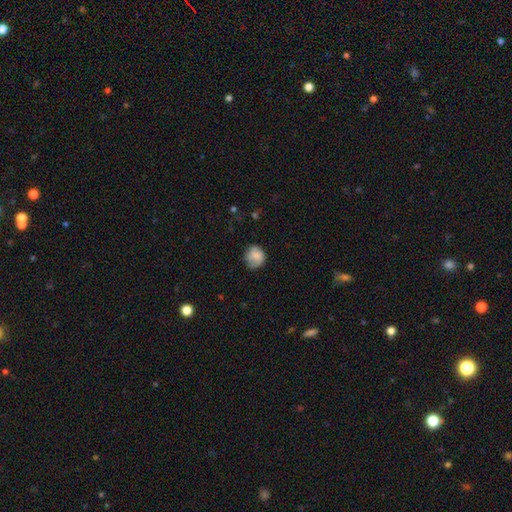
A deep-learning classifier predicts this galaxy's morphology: Smooth or featured?
  - smooth: 78% *
  - featured or disk: 14%
  - star or artifact: 8%
How rounded?
  - round: 77% *
  - in between: 22%
  - cigar-shaped: 1%
Merging?
  - none: 62% *
  - minor disturbance: 26%
  - major disturbance: 10%
  - merger: 2%